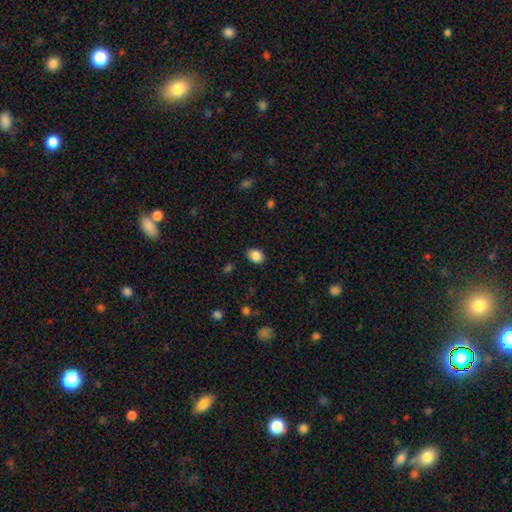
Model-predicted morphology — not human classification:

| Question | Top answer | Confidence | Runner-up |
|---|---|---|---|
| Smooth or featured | smooth | 87% | star or artifact (9%) |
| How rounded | in between | 55% | round (45%) |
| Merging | none | 88% | minor disturbance (9%) |